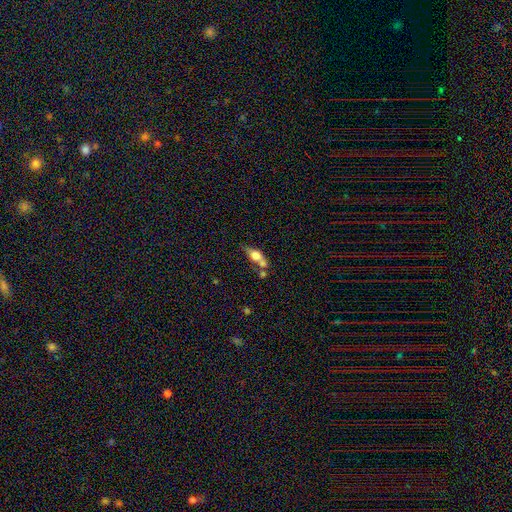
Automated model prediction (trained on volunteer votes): This appears to be a smooth galaxy with no disk features (55%) that is in between round and cigar-shaped (60%). Merging: merger (39%).